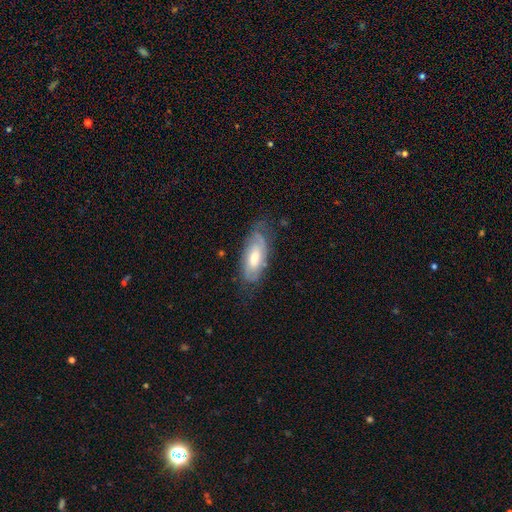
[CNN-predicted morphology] This appears to be a featured or disk galaxy (61%) with no bar (59%), spiral arms (77%) and a moderate central bulge (64%). Merging: none (70%).